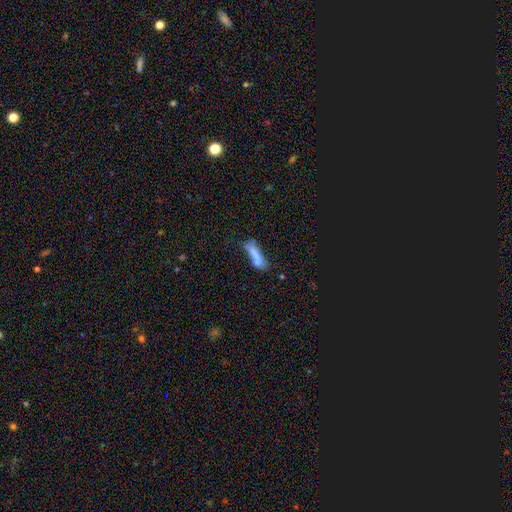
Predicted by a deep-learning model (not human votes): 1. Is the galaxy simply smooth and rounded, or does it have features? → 71% smooth, 20% featured or disk, 9% star or artifact.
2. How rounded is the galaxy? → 60% cigar-shaped, 38% in between, 2% round.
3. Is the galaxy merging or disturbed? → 43% none, 23% merger, 23% minor disturbance, 11% major disturbance.